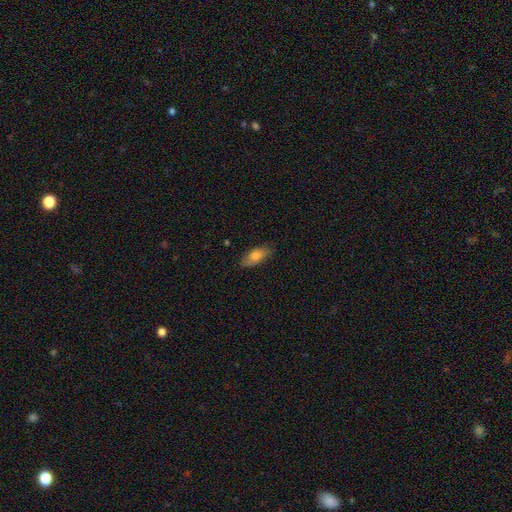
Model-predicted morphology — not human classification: Smooth or featured? Predicted: smooth (p=0.77). How rounded? Predicted: in between (p=0.84). Merging? Predicted: none (p=0.80).